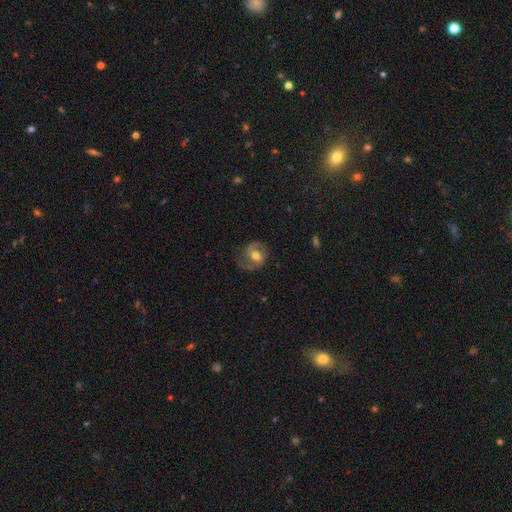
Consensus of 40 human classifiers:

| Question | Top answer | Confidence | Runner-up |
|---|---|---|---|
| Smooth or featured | smooth | 48% | featured or disk (40%) |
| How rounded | round | 58% | in between (42%) |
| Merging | none | 51% | major disturbance (34%) |